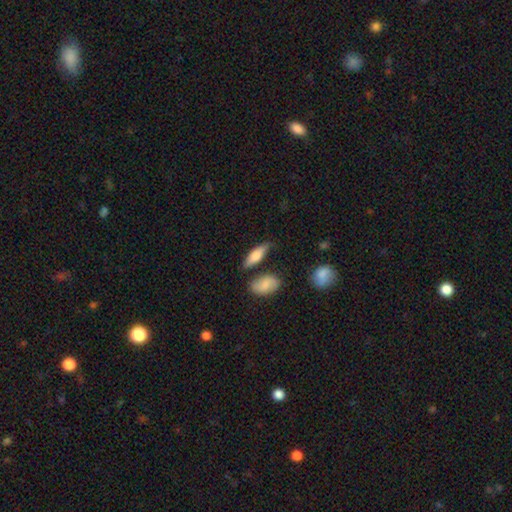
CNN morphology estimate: smooth 68%, featured or disk 26%, star or artifact 6%. Down the decision tree: how rounded — in between (59%); merging — none (70%).